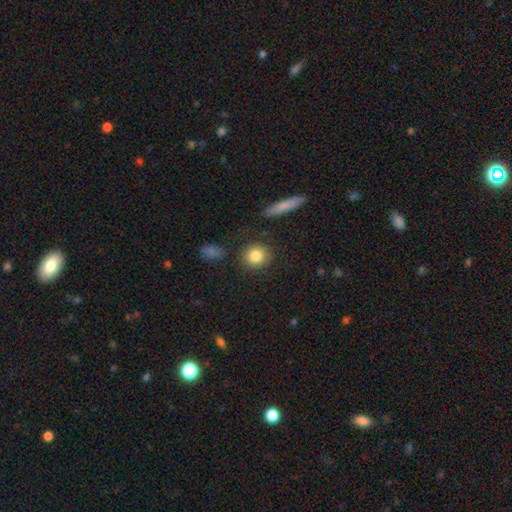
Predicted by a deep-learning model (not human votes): Overall: smooth (83%). How rounded: round (84%). Merging: none (85%).